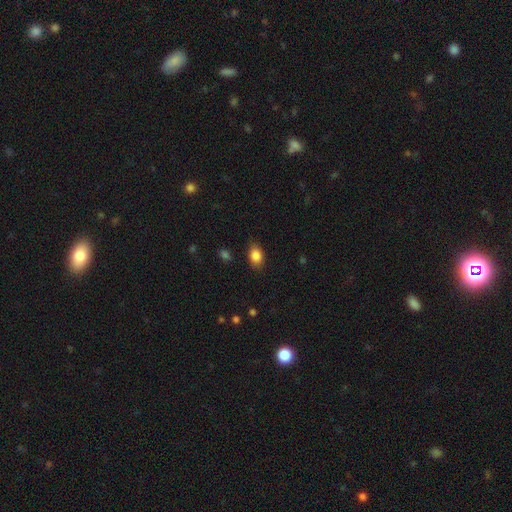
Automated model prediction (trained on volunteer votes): Smooth or featured? Predicted: smooth (p=0.86). How rounded? Predicted: in between (p=0.83). Merging? Predicted: none (p=0.81).